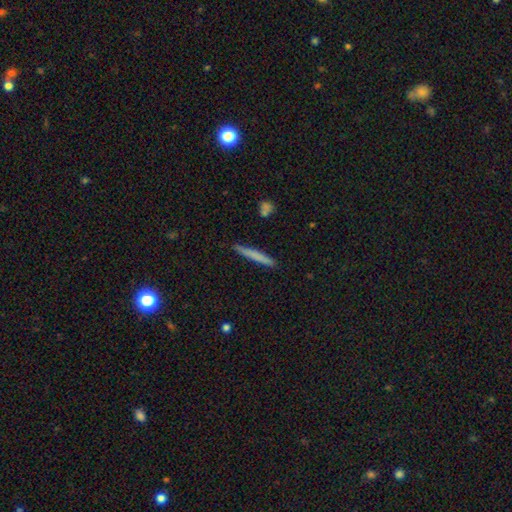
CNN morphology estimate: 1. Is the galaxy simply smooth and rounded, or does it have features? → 71% smooth, 23% featured or disk, 6% star or artifact.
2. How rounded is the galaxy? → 96% cigar-shaped, 3% in between, 1% round.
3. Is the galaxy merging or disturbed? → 89% none, 8% minor disturbance, 2% merger, 2% major disturbance.